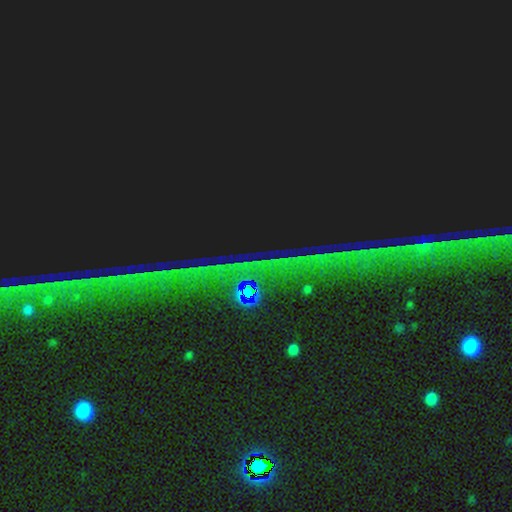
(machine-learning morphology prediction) This is clearly a star or artifact rather than a galaxy (86%).